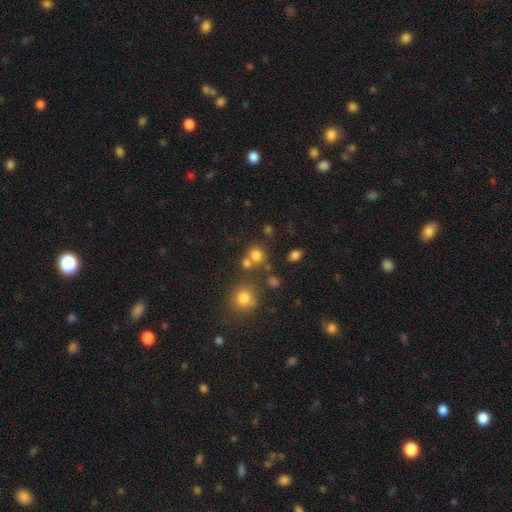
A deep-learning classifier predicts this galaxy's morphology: A smooth galaxy with no disk features (74%) that is round (77%).

Vote fractions:
- Smooth or featured? smooth: 74% / star or artifact: 17% / featured or disk: 9%
- How rounded? round: 77% / in between: 22% / cigar-shaped: 1%
- Merging? none: 57% / merger: 28% / minor disturbance: 10% / major disturbance: 5%